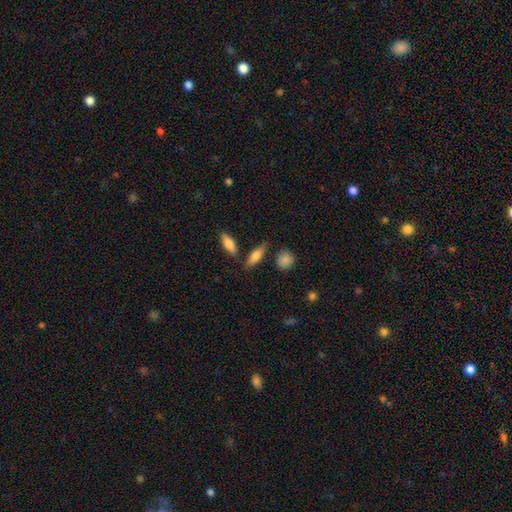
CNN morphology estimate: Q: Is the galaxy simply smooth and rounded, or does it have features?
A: smooth — 70%.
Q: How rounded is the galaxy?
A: in between — 55%.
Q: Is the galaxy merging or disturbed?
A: none — 78%.